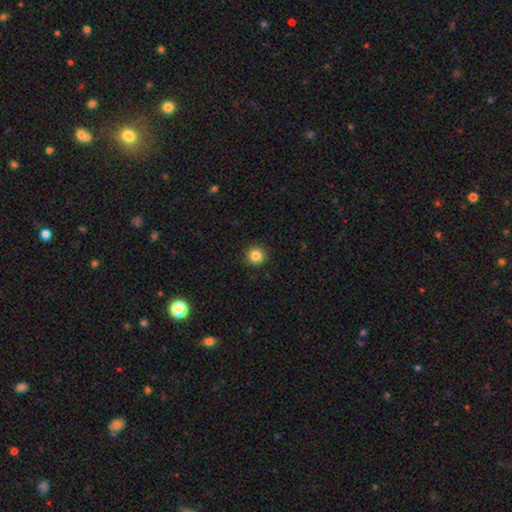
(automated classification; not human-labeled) A smooth galaxy with no disk features (85%) that is round (95%). Merging: none (92%).